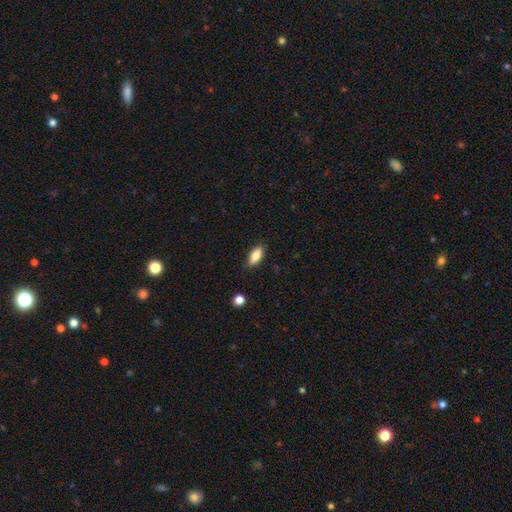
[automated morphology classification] Smooth or featured: smooth — 81% (featured or disk — 12%)
How rounded: in between — 83% (cigar-shaped — 15%)
Merging: none — 85% (minor disturbance — 12%)